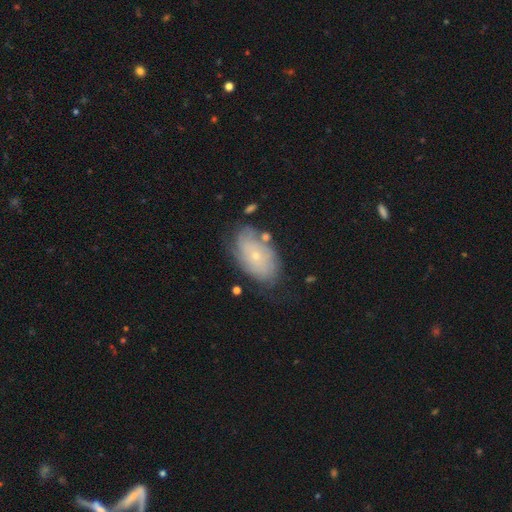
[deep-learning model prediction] A featured or disk galaxy (57%) with no bar (87%), spiral arms (70%) and a small central bulge (82%). Merging: none (66%).